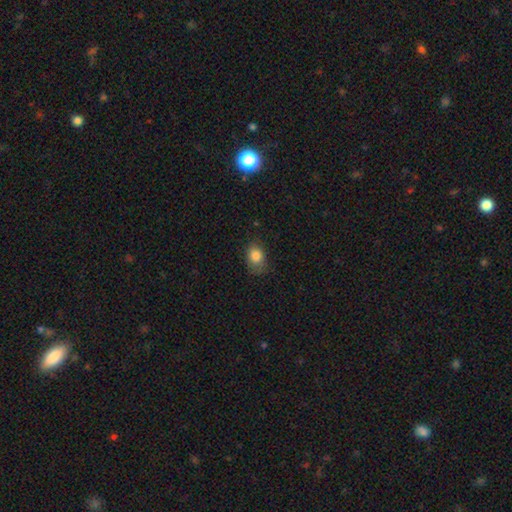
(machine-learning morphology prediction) smooth-or-featured: smooth: 84% | star or artifact: 9% | featured or disk: 7%
  how-rounded: in between: 60% | round: 38% | cigar-shaped: 1%
  merging: none: 64% | minor disturbance: 27% | major disturbance: 8% | merger: 1%